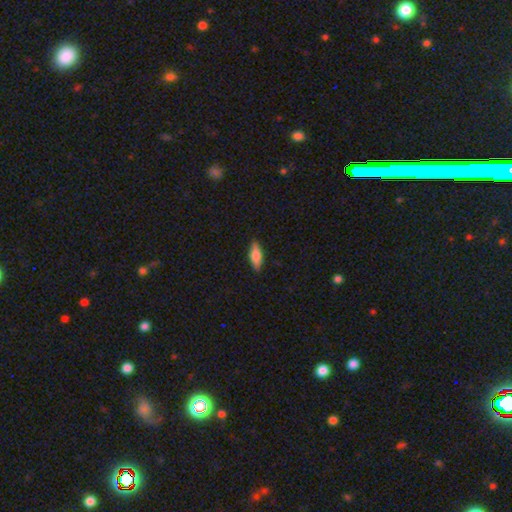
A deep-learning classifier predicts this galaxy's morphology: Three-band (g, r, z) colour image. It shows a smooth galaxy with no disk features (73%) that is in between round and cigar-shaped (66%). Merging: none (87%).